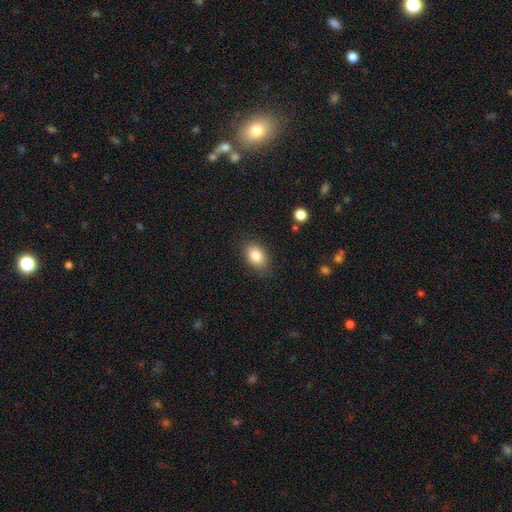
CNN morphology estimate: smooth-or-featured: smooth: 84% | star or artifact: 8% | featured or disk: 8%
  how-rounded: in between: 83% | round: 16% | cigar-shaped: 1%
  merging: none: 84% | minor disturbance: 12% | major disturbance: 3% | merger: 1%